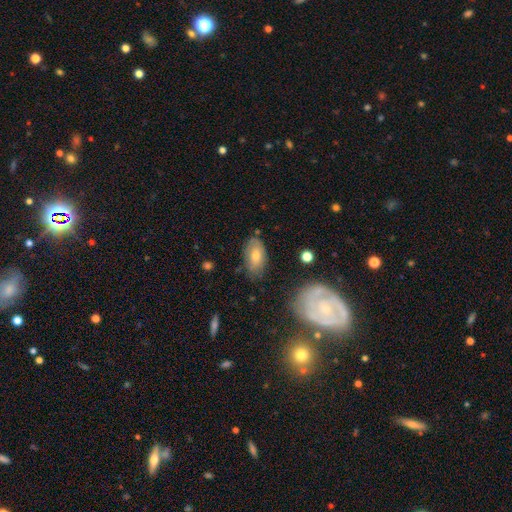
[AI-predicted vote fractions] Smooth or featured: smooth — 59% (featured or disk — 32%)
How rounded: in between — 91% (round — 6%)
Merging: none — 71% (minor disturbance — 20%)